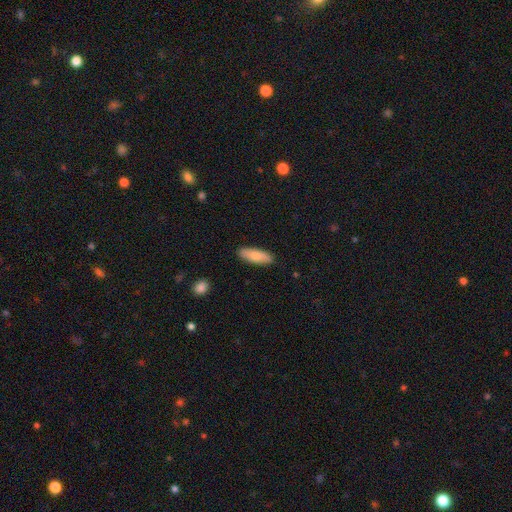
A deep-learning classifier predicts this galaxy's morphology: Smooth or featured?
  - smooth: 79% *
  - featured or disk: 15%
  - star or artifact: 6%
How rounded?
  - in between: 62% *
  - cigar-shaped: 36%
  - round: 2%
Merging?
  - none: 87% *
  - minor disturbance: 10%
  - major disturbance: 2%
  - merger: 1%